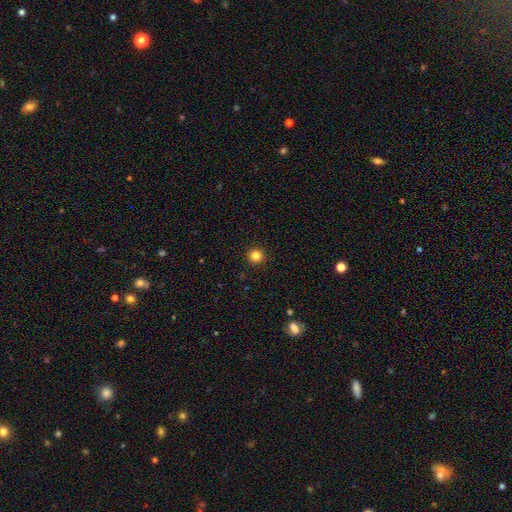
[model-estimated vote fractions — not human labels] Overall: smooth (83%). How rounded: round (96%). Merging: none (93%).